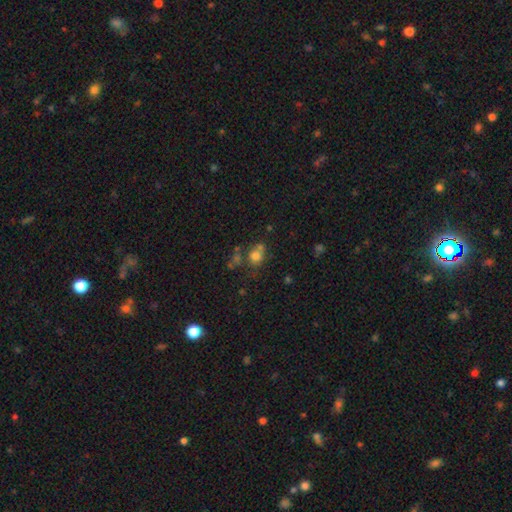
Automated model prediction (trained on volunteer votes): Q: Smooth or featured?
A: smooth (72%); runner-up: star or artifact (17%)
Q: How rounded?
A: round (76%); runner-up: in between (22%)
Q: Merging?
A: none (53%); runner-up: merger (26%)